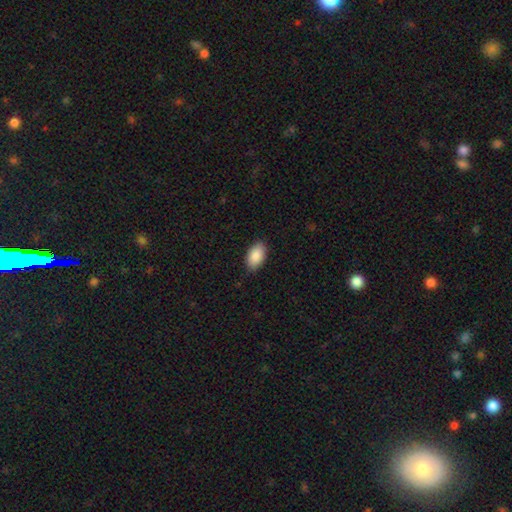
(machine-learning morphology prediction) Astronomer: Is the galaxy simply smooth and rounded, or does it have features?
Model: smooth — 90%.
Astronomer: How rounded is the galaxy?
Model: in between — 95%.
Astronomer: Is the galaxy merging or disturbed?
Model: none — 86%.